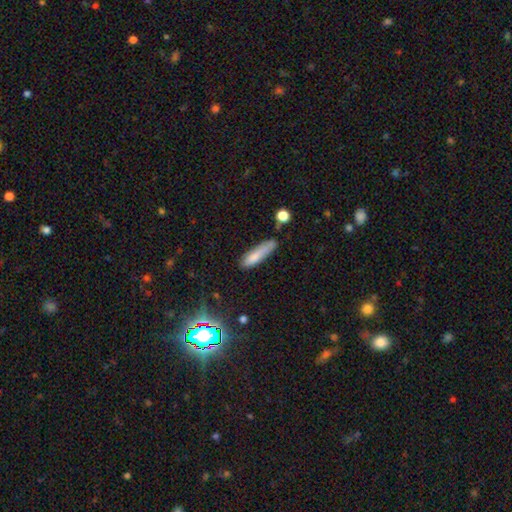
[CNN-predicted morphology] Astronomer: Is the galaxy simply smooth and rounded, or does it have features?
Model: smooth — 79%.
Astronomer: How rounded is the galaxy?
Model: cigar-shaped — 77%.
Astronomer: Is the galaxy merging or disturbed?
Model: none — 58%.